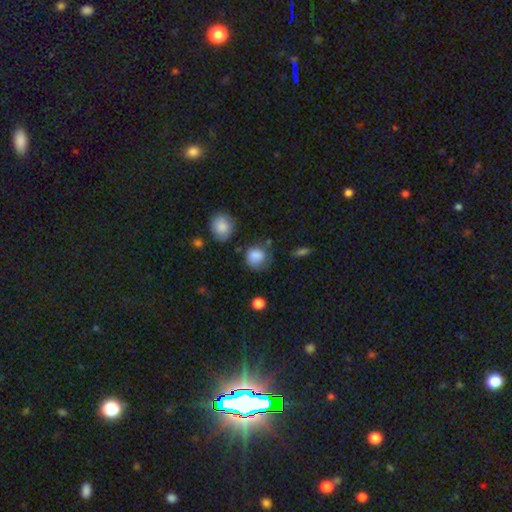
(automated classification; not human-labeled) This is clearly a smooth galaxy (82%). How rounded: likely round (75%). Merging: possibly none (56%).